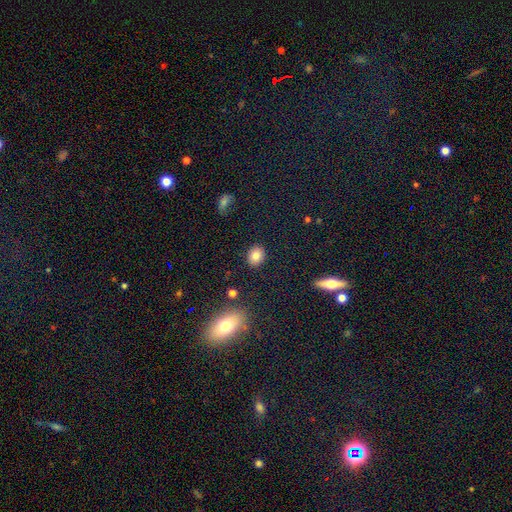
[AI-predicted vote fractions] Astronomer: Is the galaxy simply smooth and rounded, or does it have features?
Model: smooth — 82%.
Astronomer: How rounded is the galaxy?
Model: round — 54% (runner-up: in between, 45%).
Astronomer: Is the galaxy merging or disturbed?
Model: none — 89%.